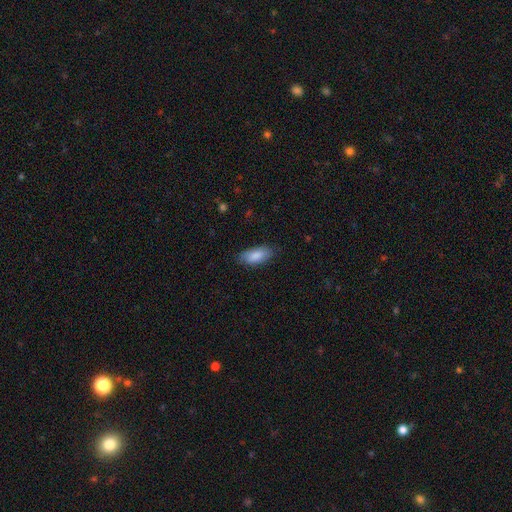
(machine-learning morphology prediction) The model was most divided on "merging": none: 82%, minor disturbance: 14%, major disturbance: 3%, merger: 1%. More confident: smooth or featured — smooth (86%); how rounded — in between (86%).